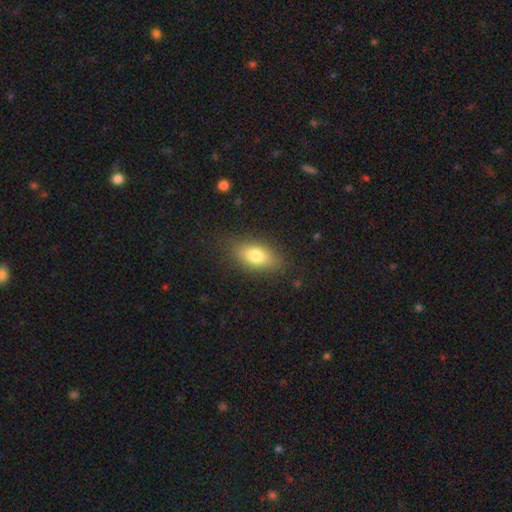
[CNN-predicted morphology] A smooth galaxy with no disk features (77%) that is in between round and cigar-shaped (84%). Merging: none (83%).